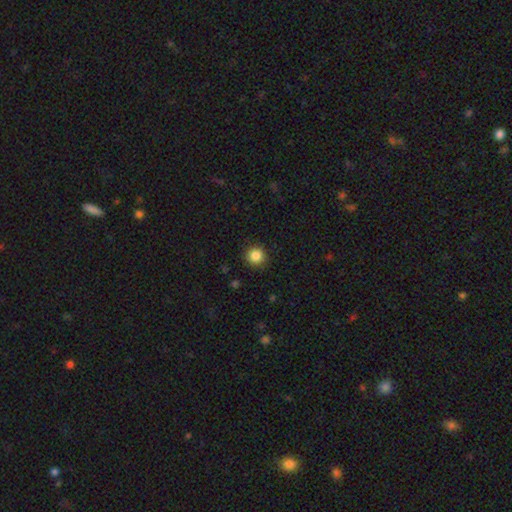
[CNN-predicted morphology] Smooth or featured?
  - smooth: 86% *
  - star or artifact: 10%
  - featured or disk: 4%
How rounded?
  - round: 94% *
  - in between: 5%
  - cigar-shaped: 1%
Merging?
  - none: 90% *
  - minor disturbance: 7%
  - major disturbance: 2%
  - merger: 1%